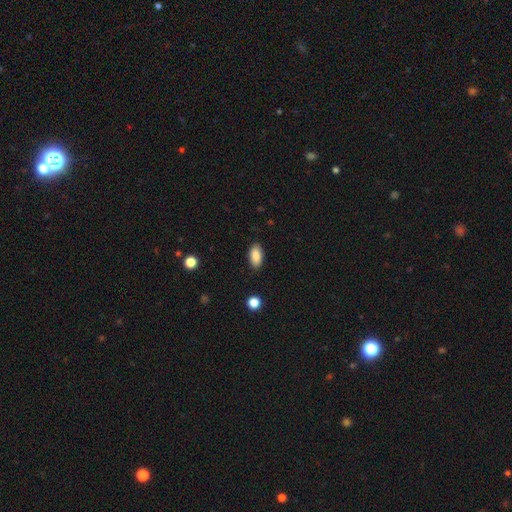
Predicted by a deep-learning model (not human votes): Smooth or featured?
  - smooth: 87% *
  - star or artifact: 8%
  - featured or disk: 5%
How rounded?
  - in between: 93% *
  - cigar-shaped: 4%
  - round: 3%
Merging?
  - none: 88% *
  - minor disturbance: 9%
  - major disturbance: 2%
  - merger: 1%